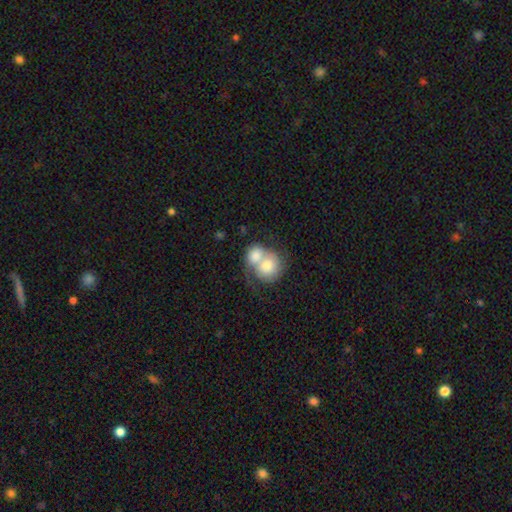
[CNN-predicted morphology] The model was most divided on "smooth or featured": smooth: 67%, featured or disk: 27%, star or artifact: 6%. More confident: merging — merger (76%); how rounded — round (70%).